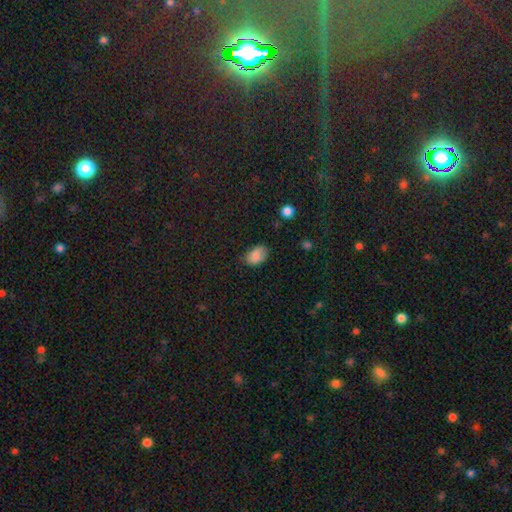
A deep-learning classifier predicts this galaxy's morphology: Smooth or featured?
  - smooth: 84% *
  - star or artifact: 9%
  - featured or disk: 7%
How rounded?
  - in between: 87% *
  - round: 12%
  - cigar-shaped: 1%
Merging?
  - none: 69% *
  - minor disturbance: 25%
  - major disturbance: 4%
  - merger: 2%